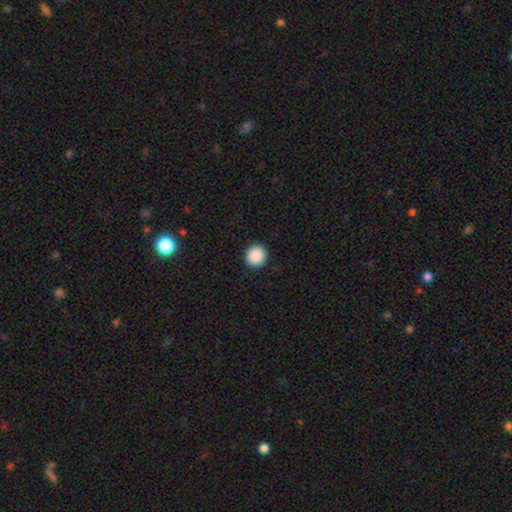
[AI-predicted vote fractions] Overall: smooth (90%). How rounded: round (91%). Merging: none (92%).